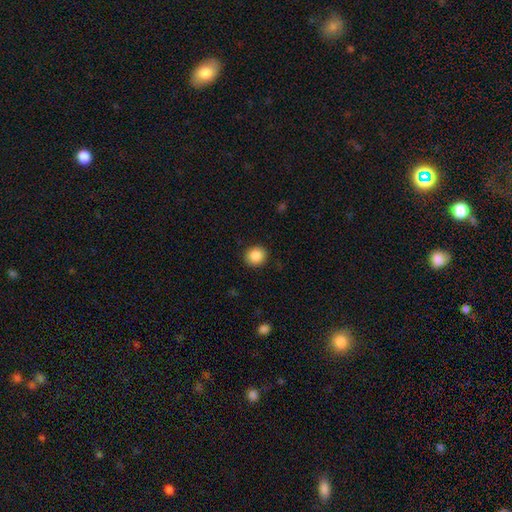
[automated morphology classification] This is clearly a smooth galaxy (88%). How rounded: clearly round (84%). Merging: clearly none (90%).